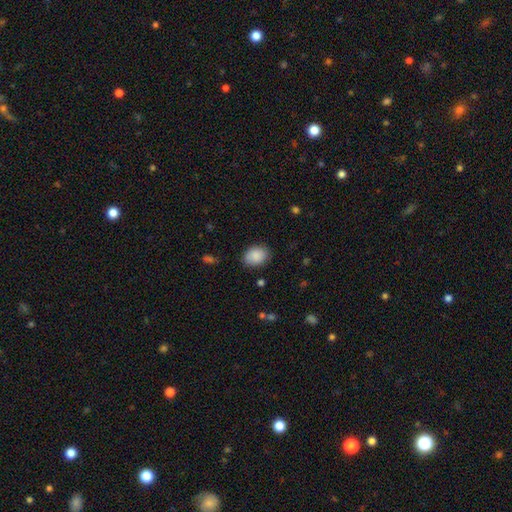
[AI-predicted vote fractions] A smooth galaxy with no disk features (88%) that is in between round and cigar-shaped (69%). Merging: none (84%).